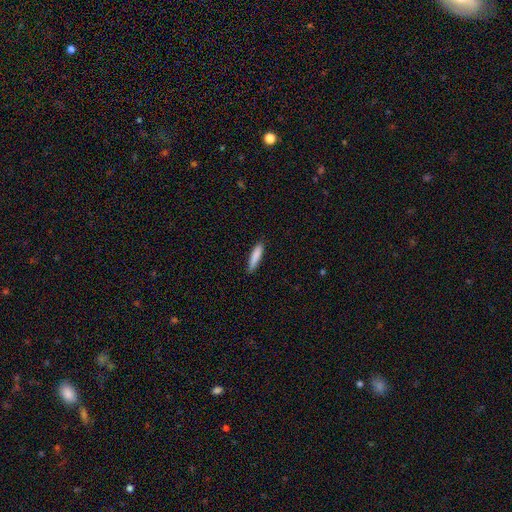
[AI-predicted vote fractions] Smooth or featured? Predicted: smooth (p=0.85). How rounded? Predicted: cigar-shaped (p=0.82). Merging? Predicted: none (p=0.86).